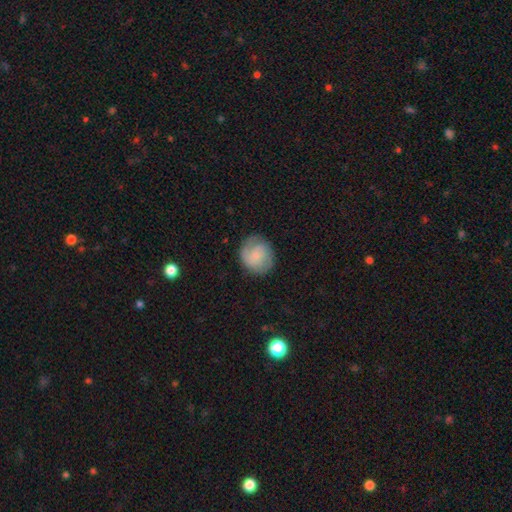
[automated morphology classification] Smooth or featured? smooth (54%)
How rounded? round (84%)
Merging? none (77%)